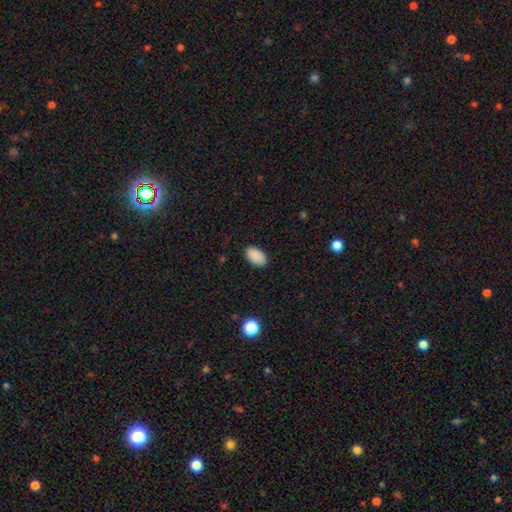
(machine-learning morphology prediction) The model was most divided on "merging": none: 88%, minor disturbance: 8%, major disturbance: 2%, merger: 1%. More confident: how rounded — in between (94%); smooth or featured — smooth (89%).